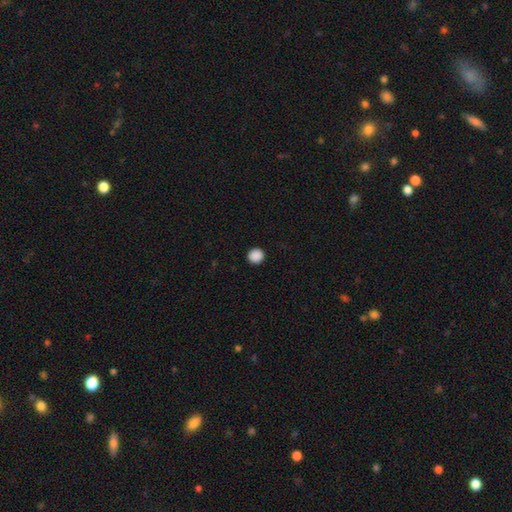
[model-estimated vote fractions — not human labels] This is clearly a smooth galaxy (89%). How rounded: clearly round (93%). Merging: clearly none (93%).